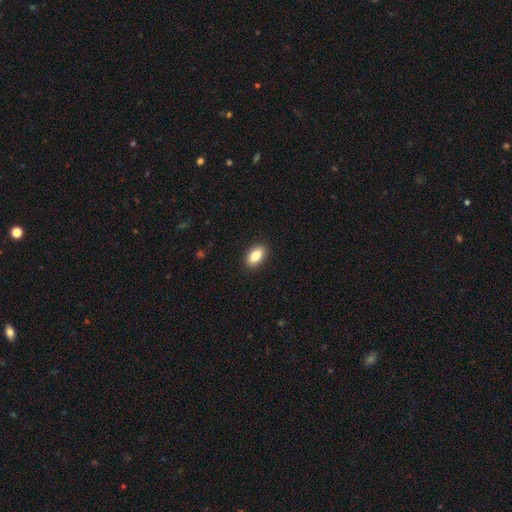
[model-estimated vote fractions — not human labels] A smooth galaxy with no disk features (84%) that is in between round and cigar-shaped (90%). Merging: none (90%).